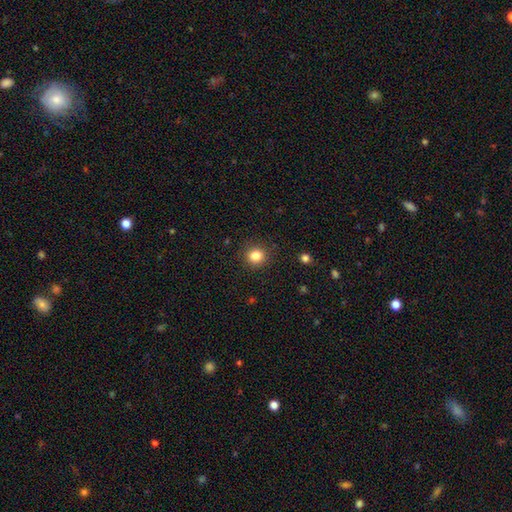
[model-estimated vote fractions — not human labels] Smooth or featured? smooth (83%)
How rounded? round (89%)
Merging? none (90%)